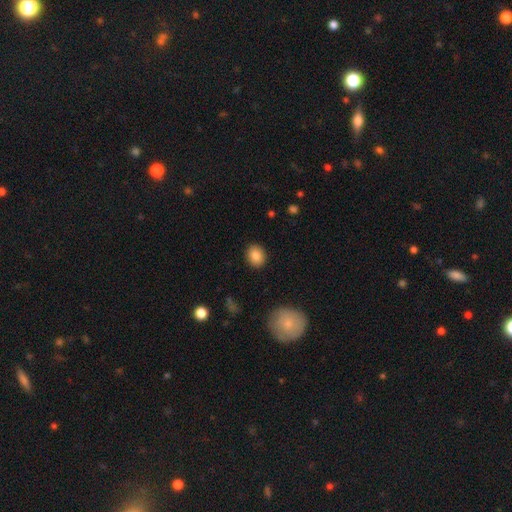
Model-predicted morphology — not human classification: Smooth or featured?
  - smooth: 85% *
  - star or artifact: 8%
  - featured or disk: 6%
How rounded?
  - round: 57% *
  - in between: 42%
  - cigar-shaped: 1%
Merging?
  - none: 90% *
  - minor disturbance: 7%
  - major disturbance: 2%
  - merger: 1%